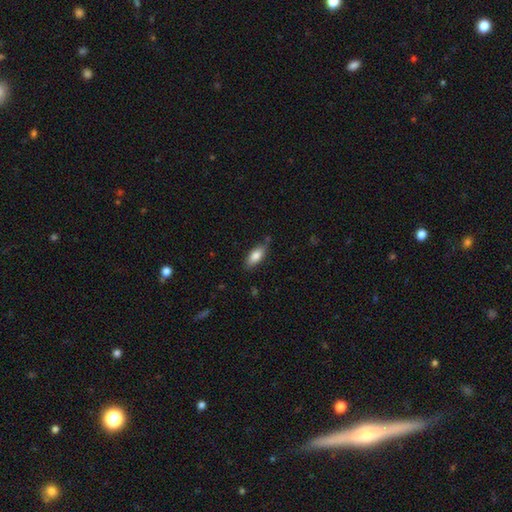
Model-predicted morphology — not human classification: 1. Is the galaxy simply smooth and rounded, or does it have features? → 79% smooth, 14% featured or disk, 7% star or artifact.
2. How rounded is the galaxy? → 77% in between, 20% cigar-shaped, 2% round.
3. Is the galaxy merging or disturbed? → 75% none, 19% minor disturbance, 3% major disturbance, 3% merger.